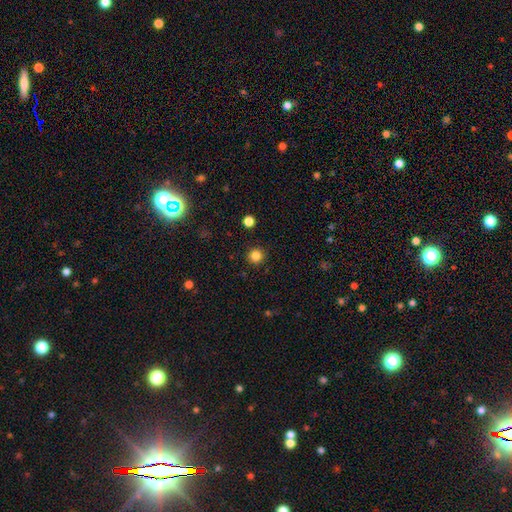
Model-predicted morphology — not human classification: This appears to be a smooth galaxy with no disk features (84%) that is round (95%). Merging: none (92%).